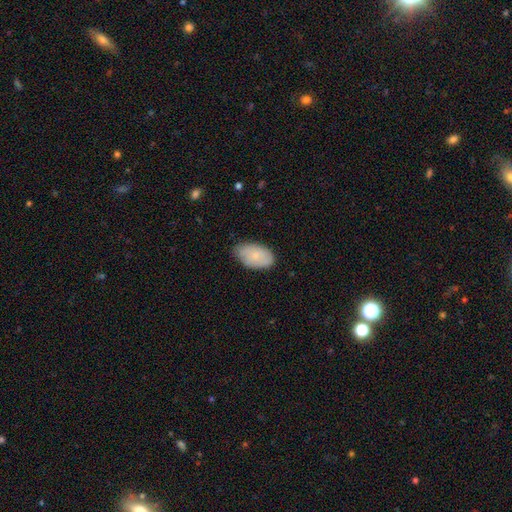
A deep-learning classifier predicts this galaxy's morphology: Overall: smooth (75%). How rounded: in between (94%). Merging: none (75%).